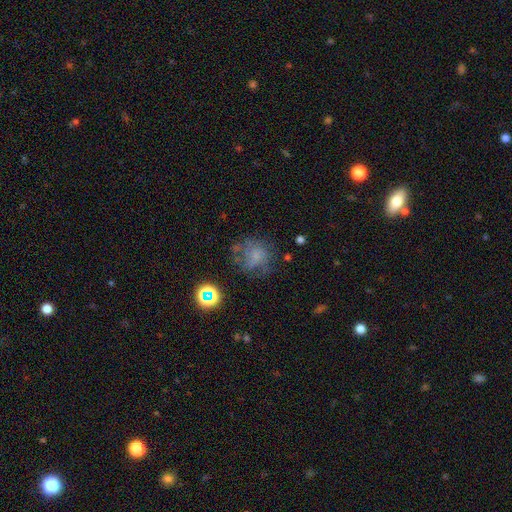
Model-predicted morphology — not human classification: type=smooth (48%); merging=none (53%).